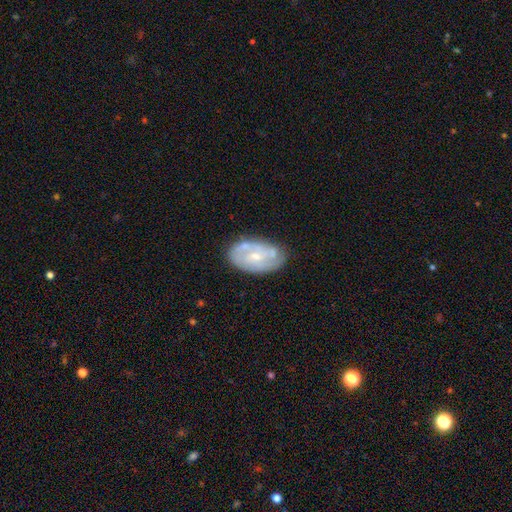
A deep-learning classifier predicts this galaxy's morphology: featured or disk 73%, smooth 22%, star or artifact 6%. Down the decision tree: edge-on disk — no (96%); bar — no (53%); spiral arms — yes (82%); spiral arm count — 2 (46%); spiral winding — tight (45%); bulge size — small (62%); merging — none (70%).